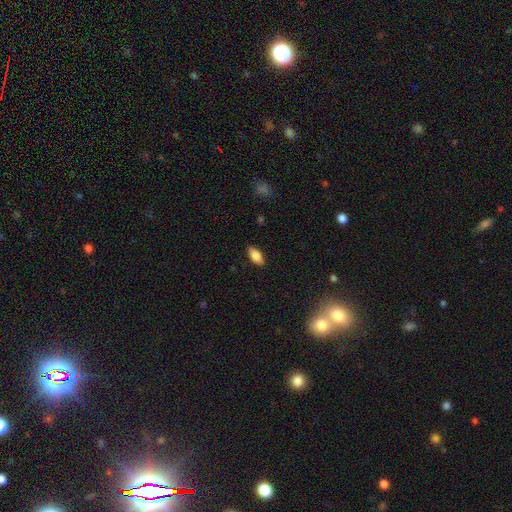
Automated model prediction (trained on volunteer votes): Smooth or featured? smooth (82%)
How rounded? in between (87%)
Merging? none (87%)